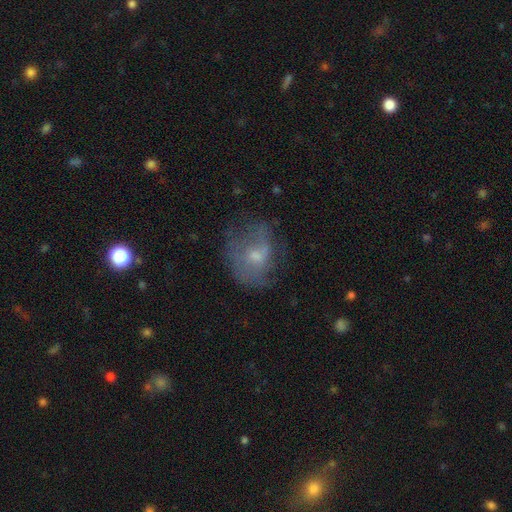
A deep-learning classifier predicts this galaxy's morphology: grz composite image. It shows a smooth galaxy with no disk features (41%, tied with featured or disk). Merging: none (57%).